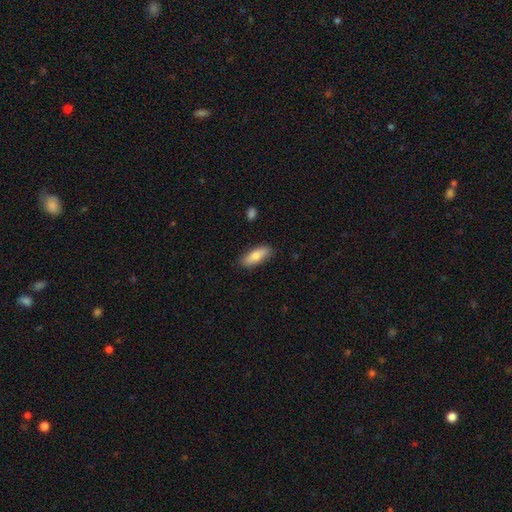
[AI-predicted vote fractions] smooth_or_featured: smooth (p=0.78) [alt: featured or disk p=0.16]
how_rounded: in between (p=0.69) [alt: cigar-shaped p=0.29]
merging: none (p=0.86) [alt: minor disturbance p=0.11]